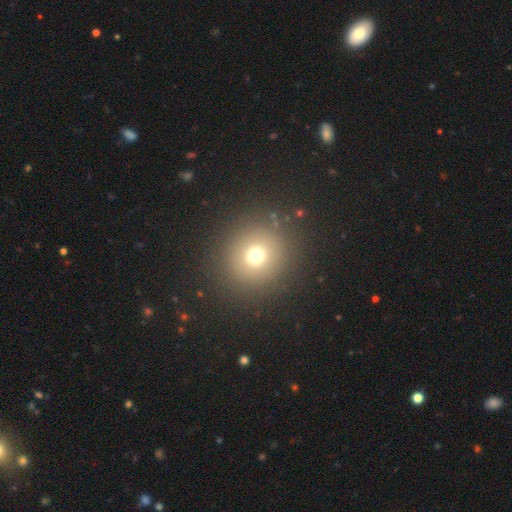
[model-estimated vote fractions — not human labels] Smooth or featured? smooth (71%)
How rounded? round (92%)
Merging? none (88%)